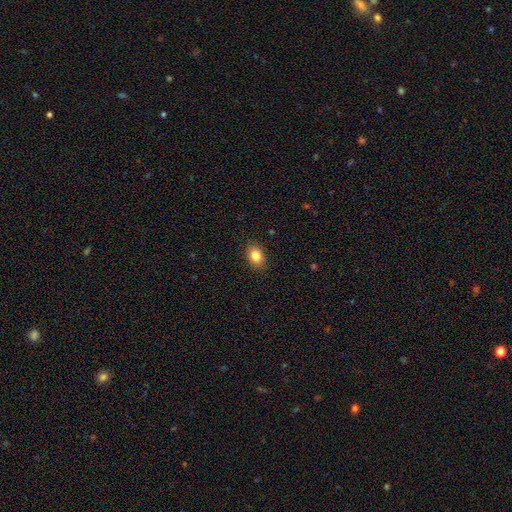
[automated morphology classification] A smooth galaxy with no disk features (84%) that is in between round and cigar-shaped (70%).

Vote fractions:
- Smooth or featured? smooth: 84% / star or artifact: 9% / featured or disk: 7%
- How rounded? in between: 70% / round: 29% / cigar-shaped: 1%
- Merging? none: 88% / minor disturbance: 9% / major disturbance: 2% / merger: 1%